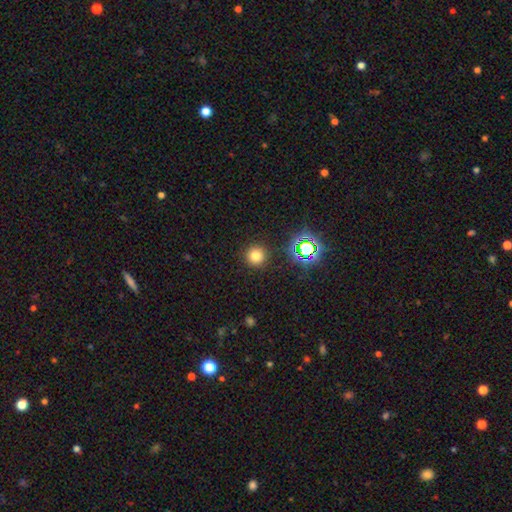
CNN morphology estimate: Overall: smooth (74%). How rounded: round (95%). Merging: none (90%).